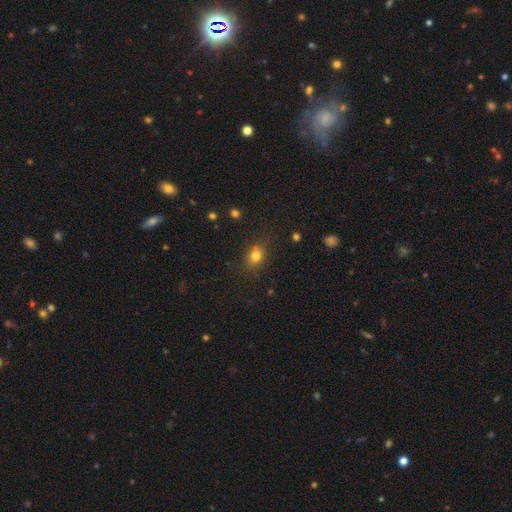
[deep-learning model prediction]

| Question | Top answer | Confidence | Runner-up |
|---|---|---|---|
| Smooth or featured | smooth | 76% | star or artifact (15%) |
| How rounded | round | 52% | in between (47%) |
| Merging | none | 69% | minor disturbance (18%) |